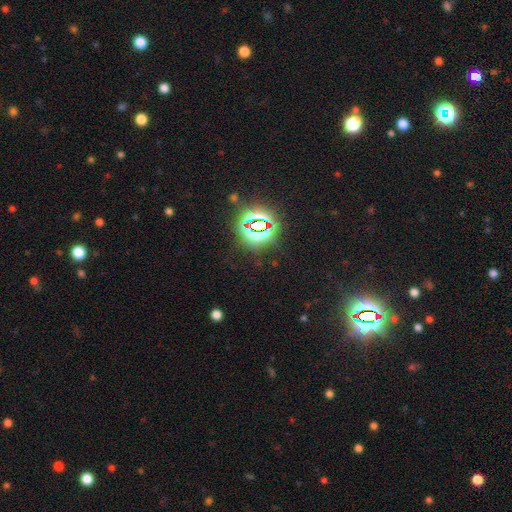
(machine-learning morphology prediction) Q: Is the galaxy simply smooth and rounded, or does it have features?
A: star or artifact — 81%.